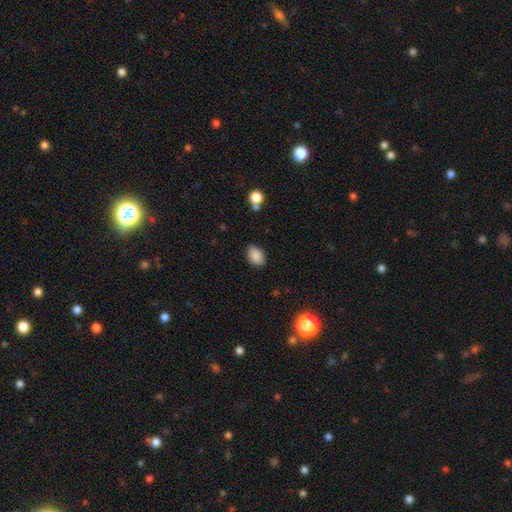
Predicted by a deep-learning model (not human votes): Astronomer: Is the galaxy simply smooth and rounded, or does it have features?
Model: smooth — 88%.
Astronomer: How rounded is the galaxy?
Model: in between — 80%.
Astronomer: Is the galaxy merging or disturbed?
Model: none — 85%.